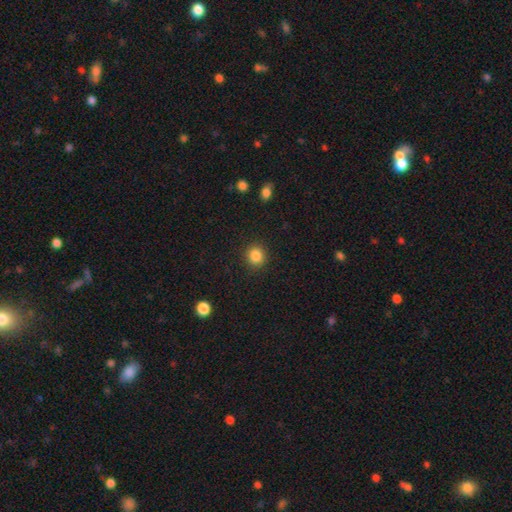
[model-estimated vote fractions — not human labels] Overall: smooth (86%). How rounded: round (87%). Merging: none (90%).